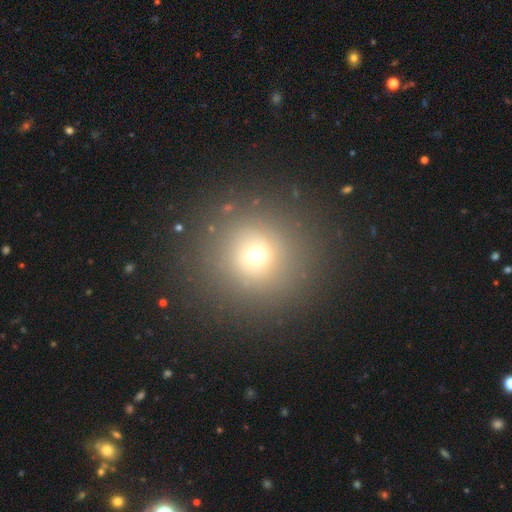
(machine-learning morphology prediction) smooth-or-featured: smooth: 66% | star or artifact: 23% | featured or disk: 11%
  how-rounded: round: 95% | in between: 4% | cigar-shaped: 1%
  merging: none: 89% | minor disturbance: 6% | major disturbance: 3% | merger: 2%